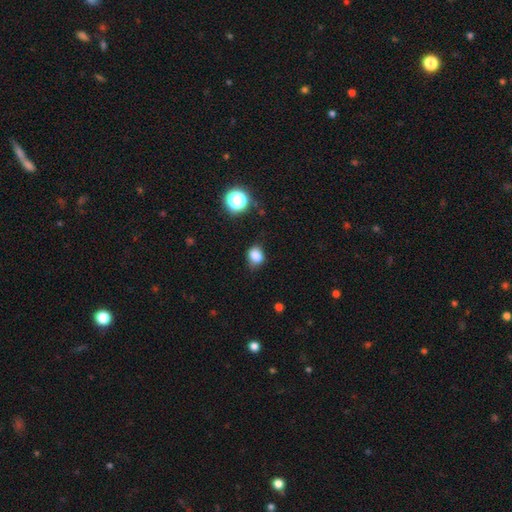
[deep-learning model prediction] Smooth or featured?
  - smooth: 82% *
  - star or artifact: 12%
  - featured or disk: 6%
How rounded?
  - in between: 54% *
  - round: 45%
  - cigar-shaped: 1%
Merging?
  - none: 68% *
  - minor disturbance: 24%
  - major disturbance: 5%
  - merger: 2%